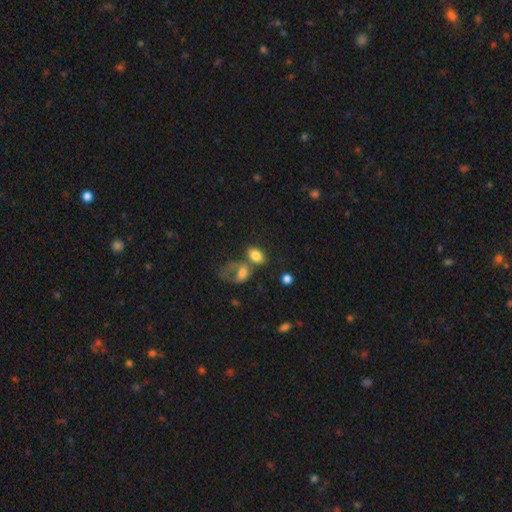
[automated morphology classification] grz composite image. It shows a smooth galaxy with no disk features (79%) that is in between round and cigar-shaped (83%). Merging: none (41%).